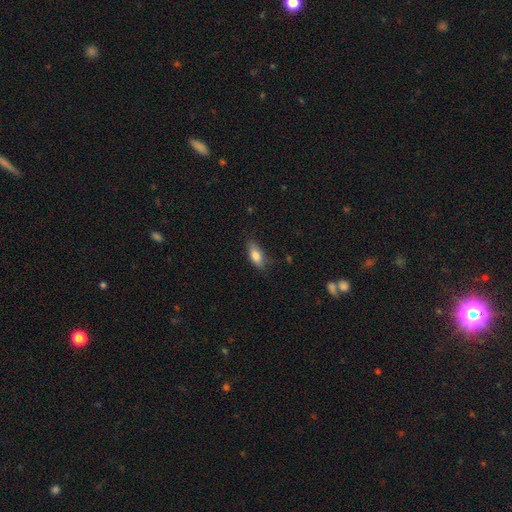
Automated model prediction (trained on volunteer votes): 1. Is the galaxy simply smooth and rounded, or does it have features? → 81% smooth, 12% featured or disk, 7% star or artifact.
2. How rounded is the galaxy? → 81% in between, 15% cigar-shaped, 3% round.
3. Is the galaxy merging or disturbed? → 75% none, 19% minor disturbance, 4% major disturbance, 1% merger.